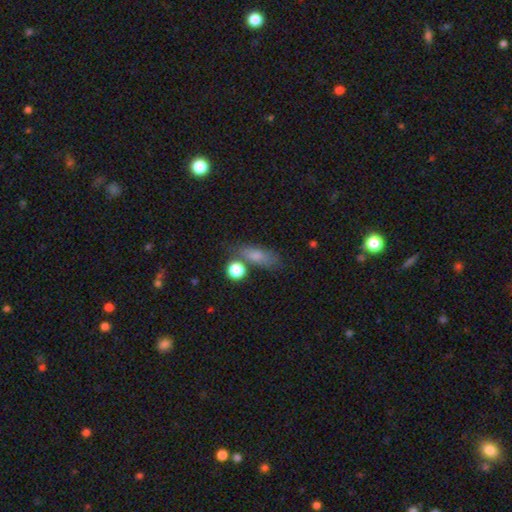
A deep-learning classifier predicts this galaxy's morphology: Smooth or featured?
  - smooth: 75% *
  - featured or disk: 13%
  - star or artifact: 12%
How rounded?
  - in between: 60% *
  - cigar-shaped: 29%
  - round: 10%
Merging?
  - none: 61% *
  - minor disturbance: 19%
  - merger: 12%
  - major disturbance: 8%